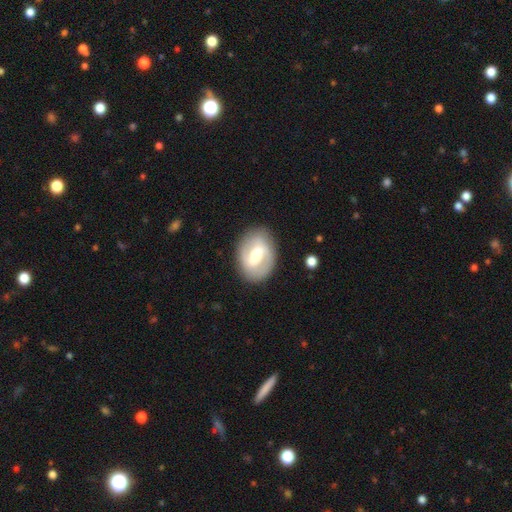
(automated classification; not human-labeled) smooth-or-featured: featured or disk: 63% | smooth: 31% | star or artifact: 6%
  disk-edge-on: no: 95% | yes: 5%
    bar: weak: 45% | strong: 40% | no: 15%
    has-spiral-arms: yes: 61% | no: 39%
    bulge-size: moderate: 64% | small: 19% | large: 14% | dominant: 2% | none: 2%
  merging: none: 82% | minor disturbance: 12% | major disturbance: 5% | merger: 1%